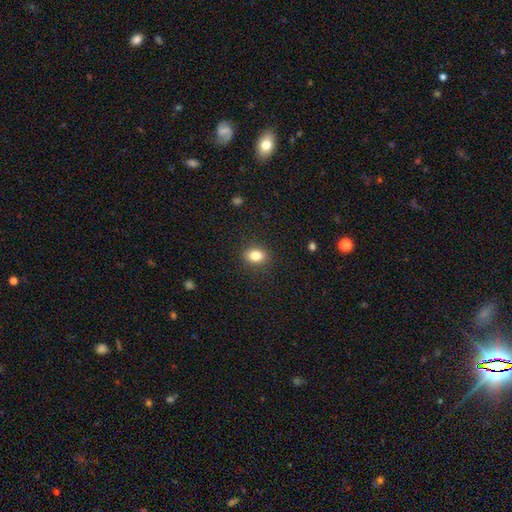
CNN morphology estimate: This appears to be a smooth galaxy with no disk features (83%) that is in between round and cigar-shaped (61%). Merging: none (88%).